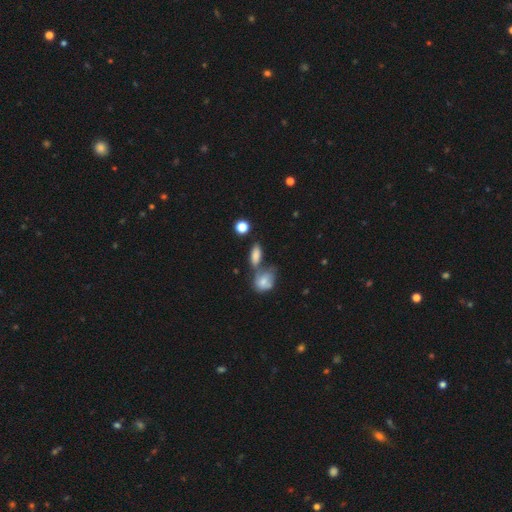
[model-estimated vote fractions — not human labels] Smooth or featured? smooth (75%)
How rounded? in between (73%)
Merging? none (50%)